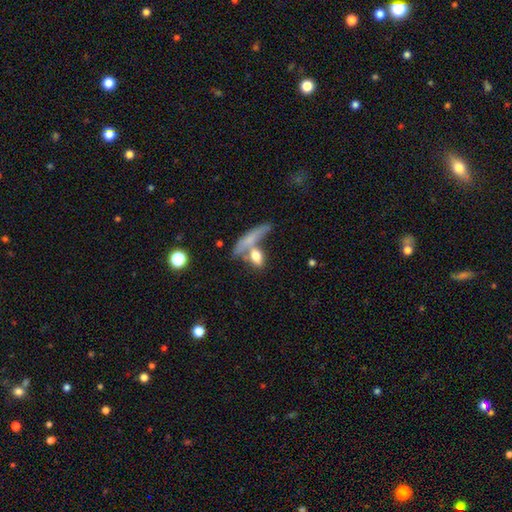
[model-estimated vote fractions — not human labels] The model was most divided on "merging": none: 41%, merger: 37%, minor disturbance: 13%, major disturbance: 9%. More confident: smooth or featured — smooth (71%); how rounded — in between (58%).